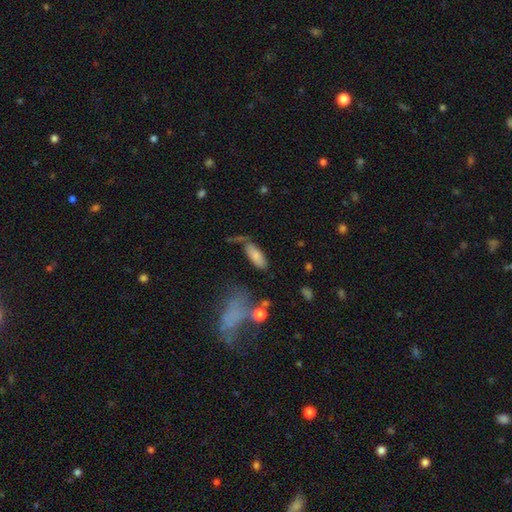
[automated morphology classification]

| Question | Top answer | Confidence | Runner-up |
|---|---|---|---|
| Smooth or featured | smooth | 79% | featured or disk (14%) |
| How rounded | in between | 73% | cigar-shaped (24%) |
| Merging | none | 58% | minor disturbance (22%) |